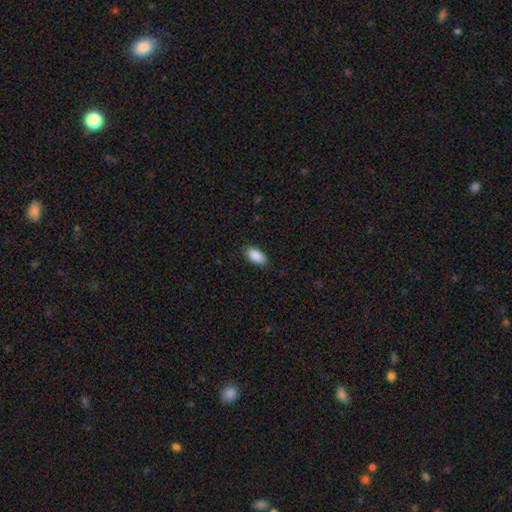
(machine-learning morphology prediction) smooth_or_featured: smooth (p=0.89) [alt: star or artifact p=0.07]
how_rounded: in between (p=0.93) [alt: cigar-shaped p=0.05]
merging: none (p=0.87) [alt: minor disturbance p=0.10]